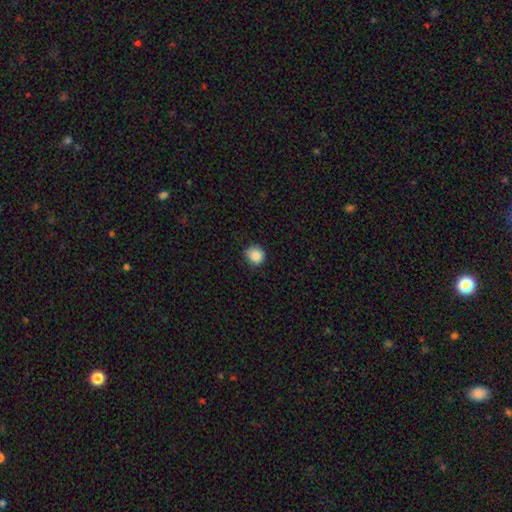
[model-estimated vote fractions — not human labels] A smooth galaxy with no disk features (87%) that is round (88%). Merging: none (77%).